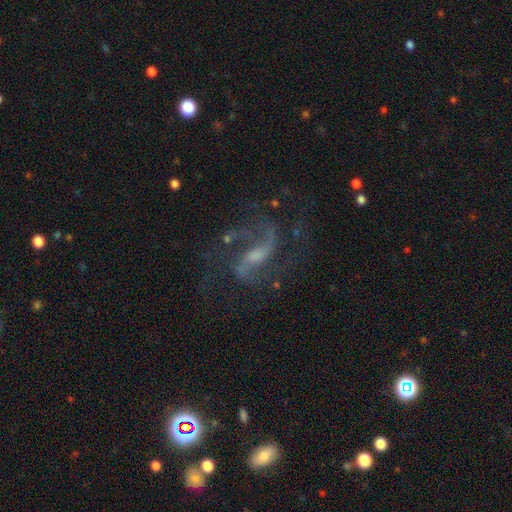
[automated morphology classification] smooth-or-featured: featured or disk: 88% | star or artifact: 8% | smooth: 5%
  disk-edge-on: no: 96% | yes: 4%
    bar: weak: 47% | strong: 31% | no: 22%
    has-spiral-arms: yes: 96% | no: 4%
      spiral-winding: loose: 50% | medium: 41% | tight: 9%
      spiral-arm-count: 2: 75% | 3: 9% | can't tell: 6% | 1: 4% | 4: 3% | more than 4: 3%
    bulge-size: small: 46% | moderate: 32% | none: 17% | large: 4% | dominant: 1%
  merging: none: 63% | major disturbance: 19% | minor disturbance: 15% | merger: 3%